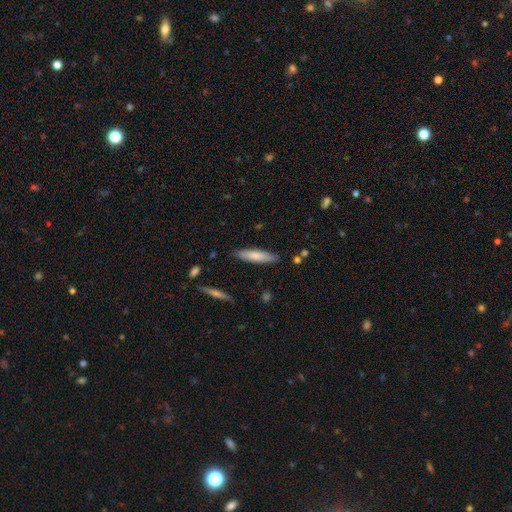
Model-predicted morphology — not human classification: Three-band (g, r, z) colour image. It shows a smooth galaxy with no disk features (74%) that is cigar-shaped (77%). Merging: none (87%).